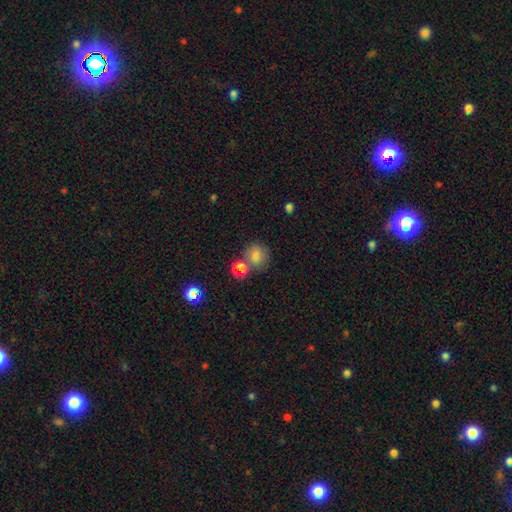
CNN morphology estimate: Smooth or featured? smooth (77%)
How rounded? round (79%)
Merging? none (59%)